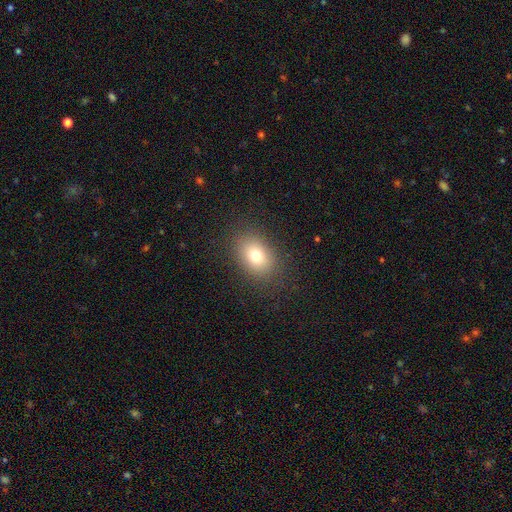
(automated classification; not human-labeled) A smooth galaxy with no disk features (75%) that is in between round and cigar-shaped (72%).

Vote fractions:
- Smooth or featured? smooth: 75% / star or artifact: 13% / featured or disk: 12%
- How rounded? in between: 72% / round: 27% / cigar-shaped: 1%
- Merging? none: 85% / minor disturbance: 10% / major disturbance: 4% / merger: 1%